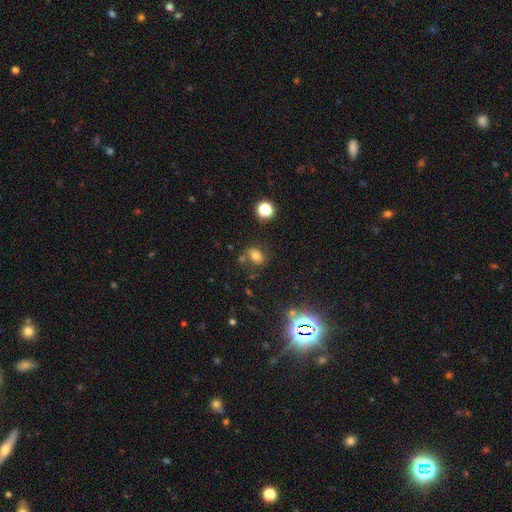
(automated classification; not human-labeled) Smooth or featured? Predicted: smooth (p=0.70). How rounded? Predicted: in between (p=0.70). Merging? Predicted: none (p=0.68).